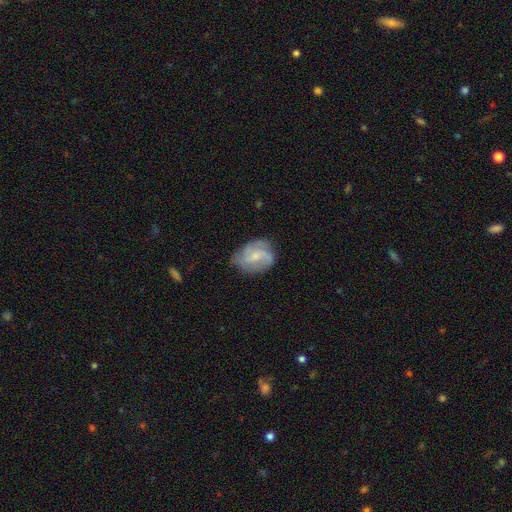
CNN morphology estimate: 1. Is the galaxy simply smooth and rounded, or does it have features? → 73% featured or disk, 21% smooth, 6% star or artifact.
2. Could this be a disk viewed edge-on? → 97% no, 3% yes.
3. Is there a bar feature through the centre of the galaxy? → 47% weak, 43% no, 10% strong.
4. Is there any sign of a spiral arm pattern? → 92% yes, 8% no.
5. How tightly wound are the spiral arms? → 47% medium, 29% loose, 24% tight.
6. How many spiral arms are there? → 46% 2, 26% 3, 16% can't tell, 5% 1, 4% 4, 3% more than 4.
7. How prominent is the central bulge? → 50% small, 35% moderate, 11% none, 2% large, 1% dominant.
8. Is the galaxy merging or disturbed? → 64% none, 24% minor disturbance, 10% major disturbance, 2% merger.